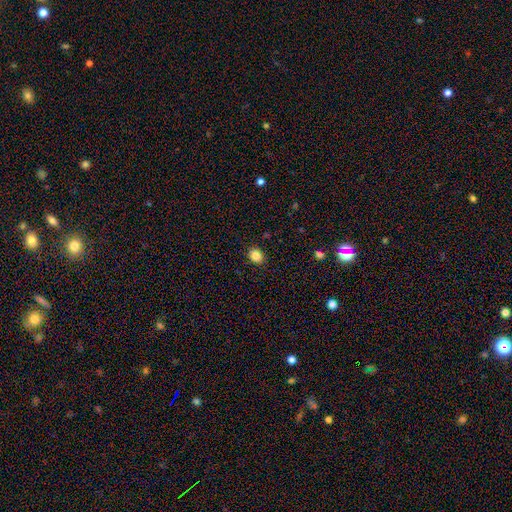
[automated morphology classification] smooth_or_featured: smooth (p=0.86) [alt: star or artifact p=0.10]
how_rounded: in between (p=0.50) [alt: round p=0.49]
merging: none (p=0.89) [alt: minor disturbance p=0.08]